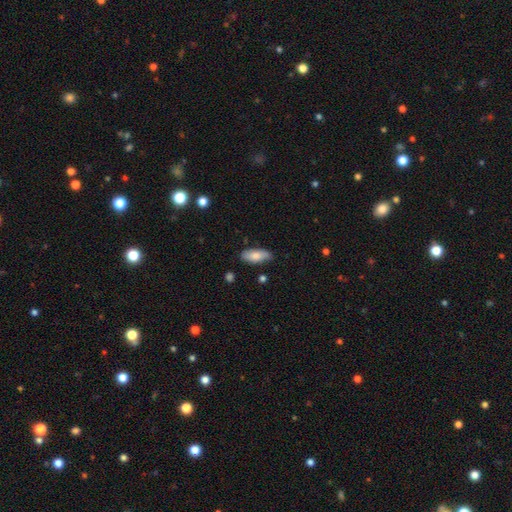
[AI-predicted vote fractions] smooth_or_featured: smooth (p=0.80) [alt: featured or disk p=0.13]
how_rounded: in between (p=0.83) [alt: cigar-shaped p=0.15]
merging: none (p=0.77) [alt: minor disturbance p=0.18]